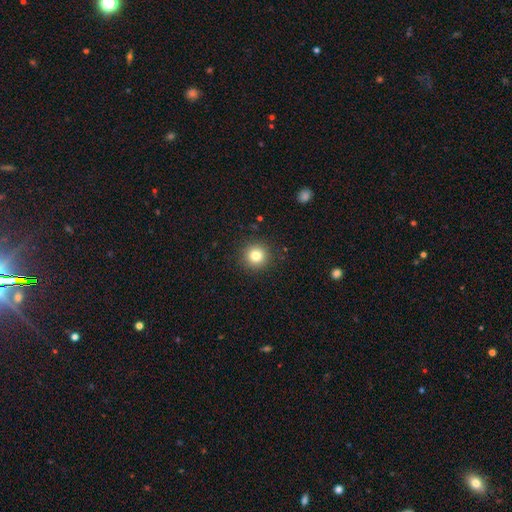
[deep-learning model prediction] Smooth or featured?
  - smooth: 80% *
  - star or artifact: 12%
  - featured or disk: 8%
How rounded?
  - round: 94% *
  - in between: 5%
  - cigar-shaped: 1%
Merging?
  - none: 91% *
  - minor disturbance: 6%
  - major disturbance: 2%
  - merger: 1%